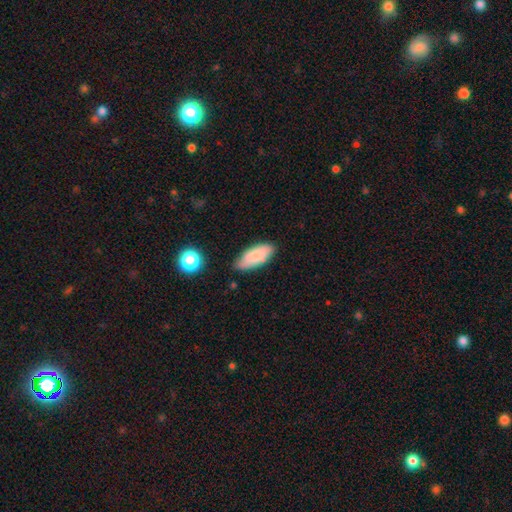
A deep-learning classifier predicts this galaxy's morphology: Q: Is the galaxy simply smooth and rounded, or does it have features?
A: smooth — 82%.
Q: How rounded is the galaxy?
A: in between — 82%.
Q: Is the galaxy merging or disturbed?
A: none — 73%.